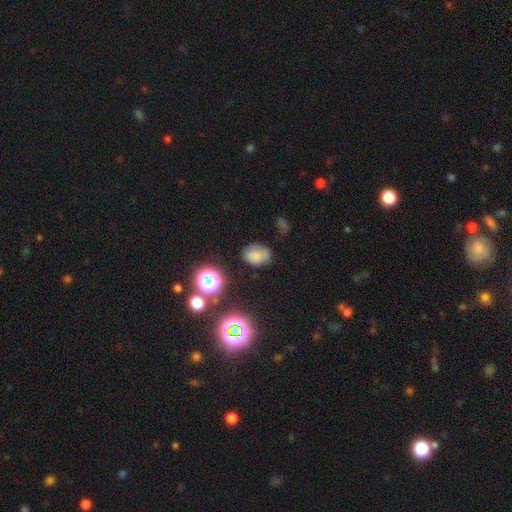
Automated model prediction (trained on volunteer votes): Smooth or featured: smooth — 71% (star or artifact — 17%)
How rounded: in between — 69% (round — 30%)
Merging: none — 66% (minor disturbance — 22%)